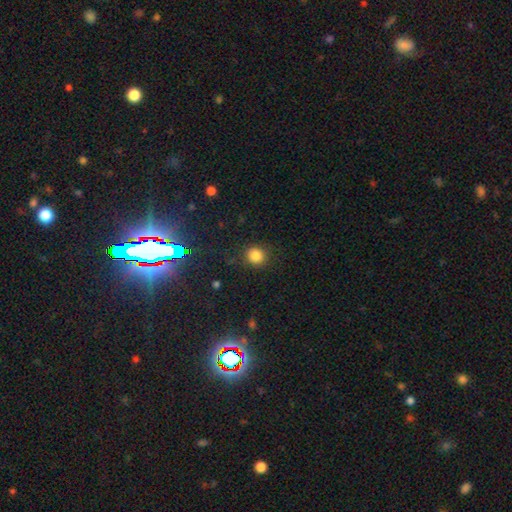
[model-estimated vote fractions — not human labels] Overall: smooth (82%). How rounded: round (85%). Merging: none (86%).